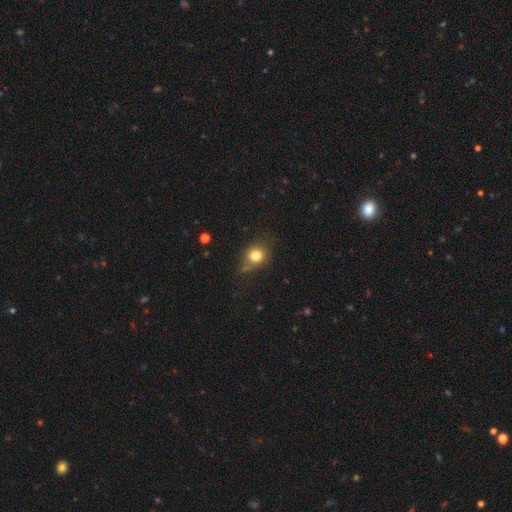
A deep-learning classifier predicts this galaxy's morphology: smooth_or_featured: smooth (p=0.80) [alt: star or artifact p=0.11]
how_rounded: round (p=0.69) [alt: in between p=0.29]
merging: none (p=0.61) [alt: minor disturbance p=0.24]